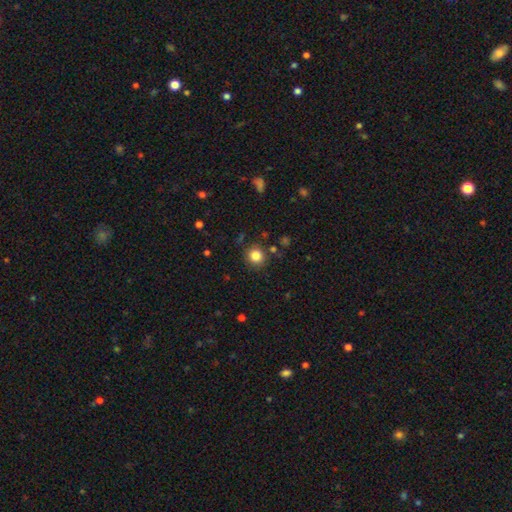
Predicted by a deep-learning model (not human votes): This is clearly a smooth galaxy (83%). How rounded: clearly round (91%). Merging: clearly none (86%).